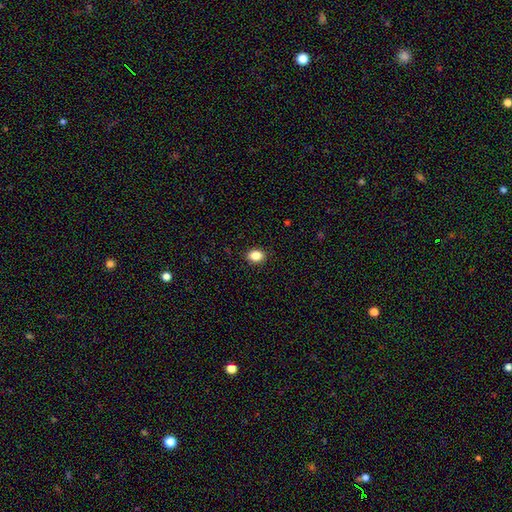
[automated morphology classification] Smooth or featured? smooth (86%)
How rounded? in between (62%)
Merging? none (90%)